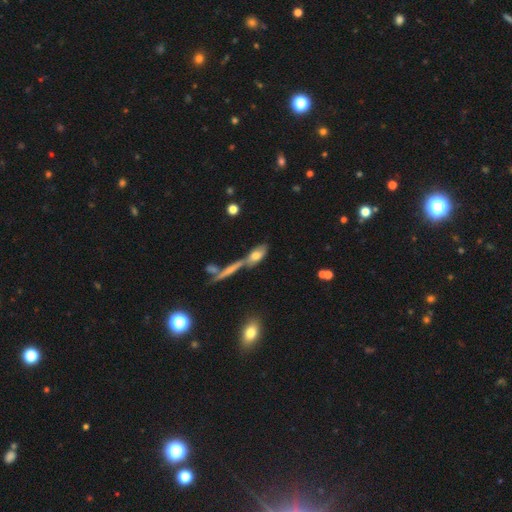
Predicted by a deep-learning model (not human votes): Q: Smooth or featured?
A: smooth (63%); runner-up: featured or disk (27%)
Q: How rounded?
A: in between (66%); runner-up: cigar-shaped (28%)
Q: Merging?
A: merger (40%); runner-up: none (39%)